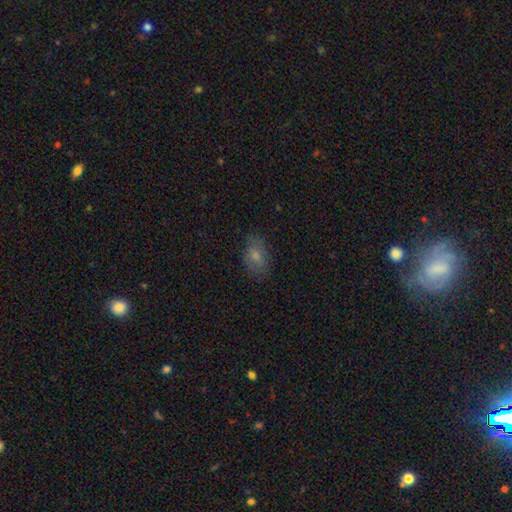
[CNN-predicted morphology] A smooth galaxy with no disk features (77%) that is in between round and cigar-shaped (88%). Merging: none (76%).